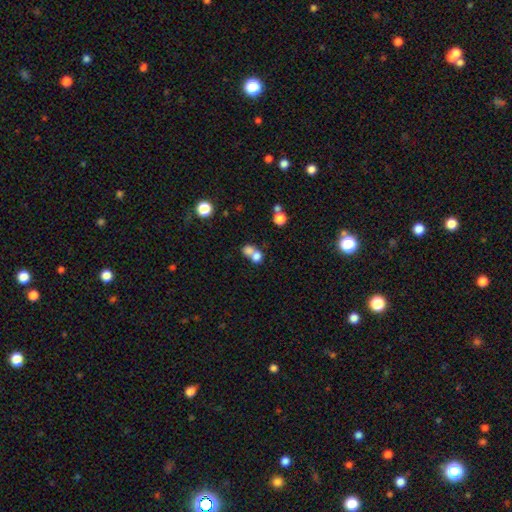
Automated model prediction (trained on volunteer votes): Smooth or featured?
  - smooth: 74% *
  - featured or disk: 14%
  - star or artifact: 12%
How rounded?
  - round: 63% *
  - in between: 35%
  - cigar-shaped: 1%
Merging?
  - merger: 65% *
  - none: 25%
  - minor disturbance: 5%
  - major disturbance: 4%